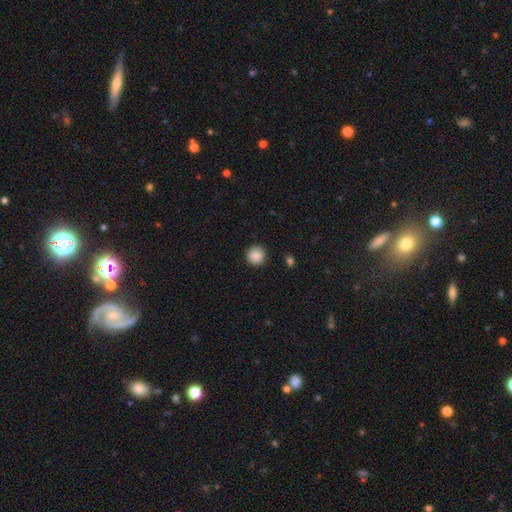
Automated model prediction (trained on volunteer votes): Smooth or featured: smooth — 88% (star or artifact — 9%)
How rounded: round — 95% (in between — 4%)
Merging: none — 90% (minor disturbance — 7%)